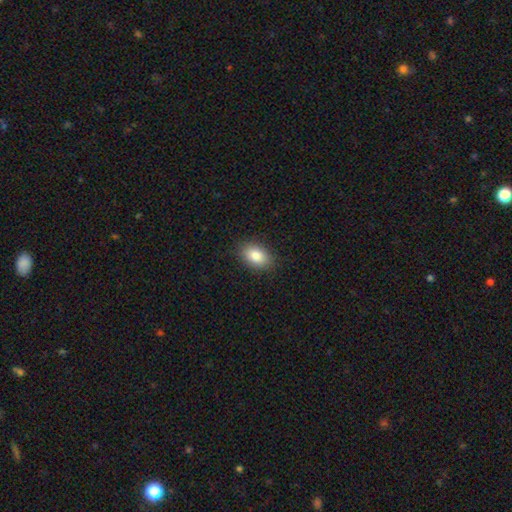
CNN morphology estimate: The model was most divided on "smooth or featured": smooth: 84%, star or artifact: 8%, featured or disk: 8%. More confident: how rounded — in between (88%); merging — none (88%).